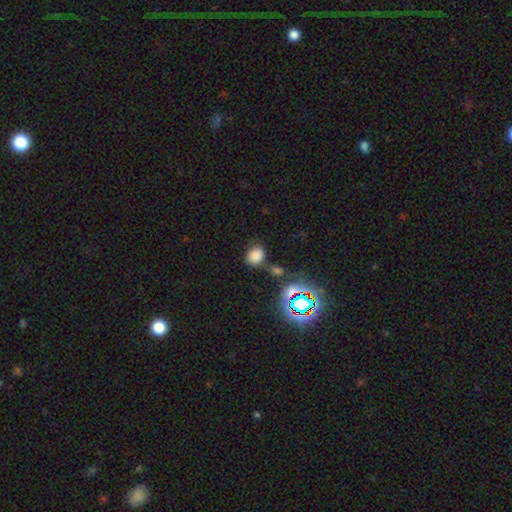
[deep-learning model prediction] Smooth or featured? Predicted: smooth (p=0.75). How rounded? Predicted: in between (p=0.51). Merging? Predicted: none (p=0.65).